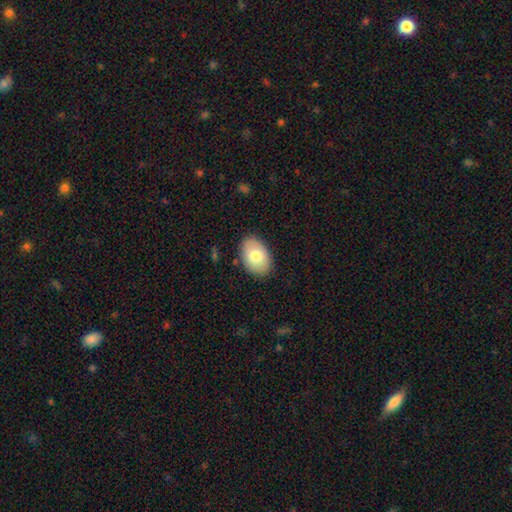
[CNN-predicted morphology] A smooth galaxy with no disk features (77%) that is in between round and cigar-shaped (88%).

Vote fractions:
- Smooth or featured? smooth: 77% / featured or disk: 17% / star or artifact: 7%
- How rounded? in between: 88% / round: 11% / cigar-shaped: 1%
- Merging? none: 86% / minor disturbance: 11% / major disturbance: 2% / merger: 1%